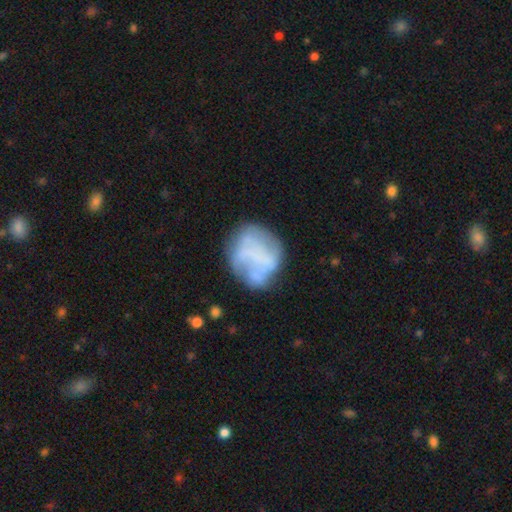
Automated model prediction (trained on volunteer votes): A featured or disk galaxy (50%).

Vote fractions:
- Smooth or featured? featured or disk: 50% / smooth: 40% / star or artifact: 10%
- Edge-on disk? no: 98% / yes: 2%
- Merging? none: 57% / minor disturbance: 22% / major disturbance: 15% / merger: 6%